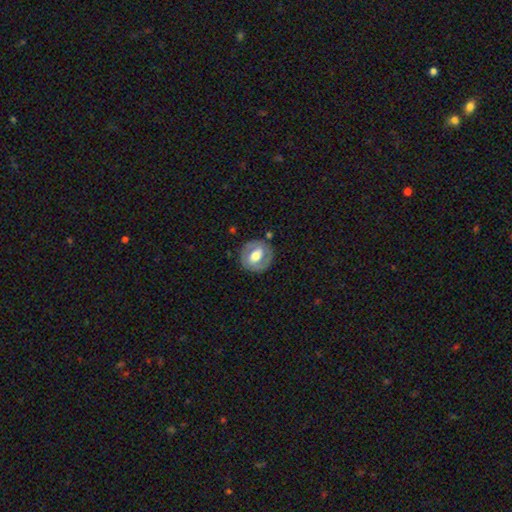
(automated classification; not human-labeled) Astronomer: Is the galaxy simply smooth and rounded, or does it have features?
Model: featured or disk — 61%.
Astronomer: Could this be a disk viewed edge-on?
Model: no — 96%.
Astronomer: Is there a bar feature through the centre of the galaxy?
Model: weak — 41% (runner-up: no, 30%).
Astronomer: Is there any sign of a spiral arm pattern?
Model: yes — 55% (runner-up: no, 45%).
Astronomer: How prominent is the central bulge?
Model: moderate — 62%.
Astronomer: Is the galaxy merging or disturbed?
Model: none — 80%.